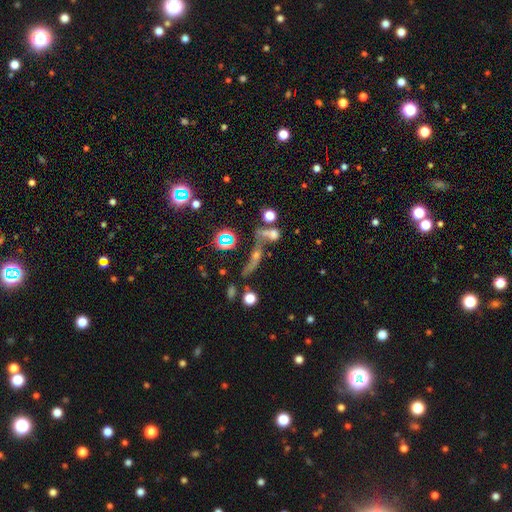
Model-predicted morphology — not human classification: smooth_or_featured: featured or disk (p=0.44) [alt: star or artifact p=0.29]
merging: none (p=0.43) [alt: merger p=0.29]